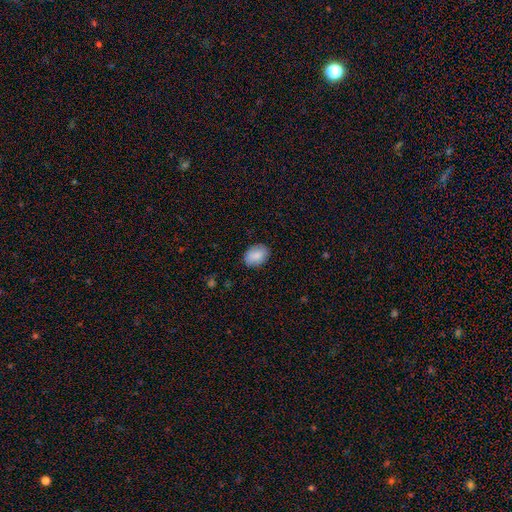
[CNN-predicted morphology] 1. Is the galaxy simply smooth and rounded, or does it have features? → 87% smooth, 7% star or artifact, 6% featured or disk.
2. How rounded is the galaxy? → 78% in between, 21% round, 1% cigar-shaped.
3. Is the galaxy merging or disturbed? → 85% none, 11% minor disturbance, 3% major disturbance, 1% merger.